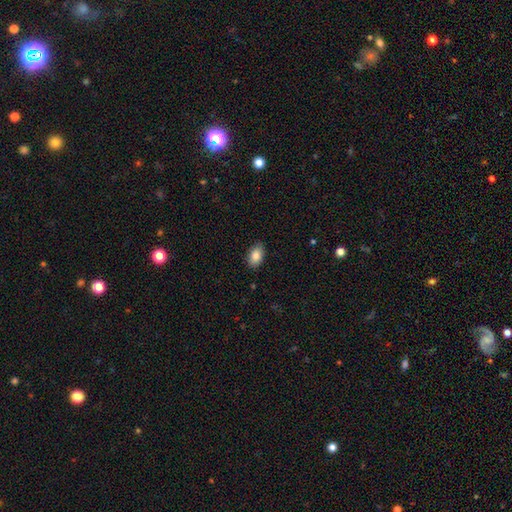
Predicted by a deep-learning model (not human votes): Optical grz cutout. It shows a smooth galaxy with no disk features (85%) that is in between round and cigar-shaped (91%). Merging: none (86%).